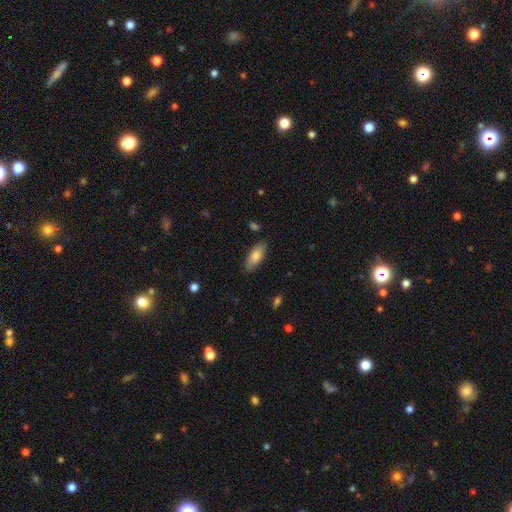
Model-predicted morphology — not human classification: This is likely a smooth galaxy (80%). How rounded: likely in between (77%). Merging: clearly none (85%).